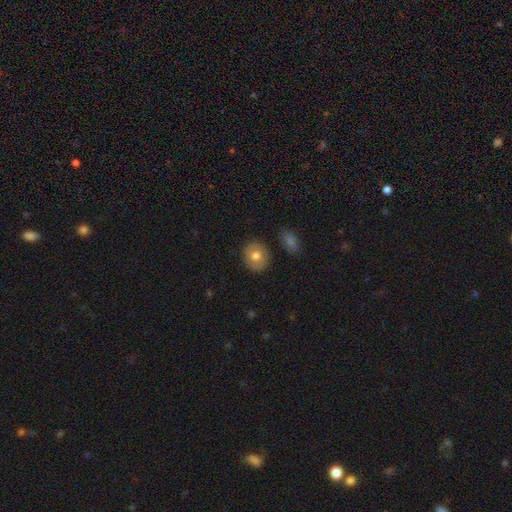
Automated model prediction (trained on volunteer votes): smooth 73%, featured or disk 20%, star or artifact 7%. Down the decision tree: how rounded — round (75%); merging — none (87%).